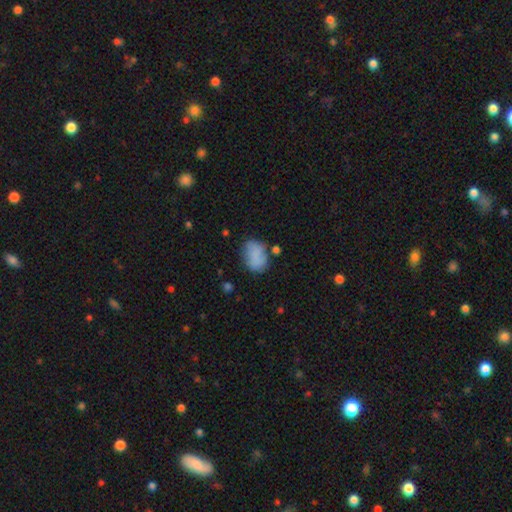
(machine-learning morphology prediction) A smooth galaxy with no disk features (78%) that is in between round and cigar-shaped (73%). Merging: none (56%).